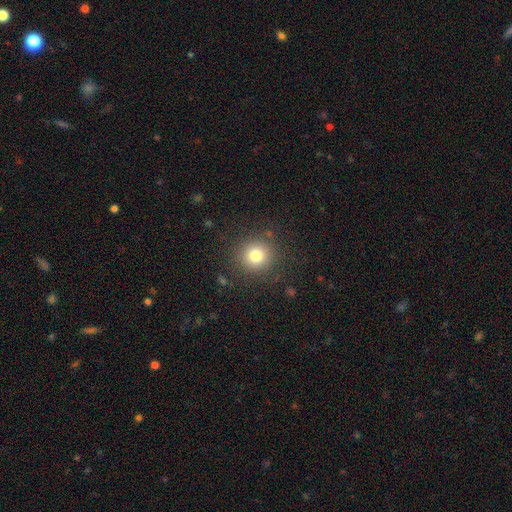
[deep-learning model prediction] Smooth or featured?
  - smooth: 78% *
  - star or artifact: 13%
  - featured or disk: 9%
How rounded?
  - round: 92% *
  - in between: 8%
  - cigar-shaped: 1%
Merging?
  - none: 88% *
  - minor disturbance: 8%
  - major disturbance: 4%
  - merger: 1%